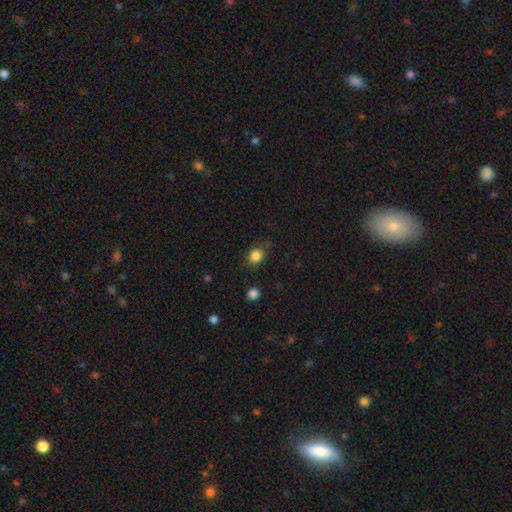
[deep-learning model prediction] smooth 85%, star or artifact 11%, featured or disk 4%. Down the decision tree: how rounded — round (64%); merging — none (79%).